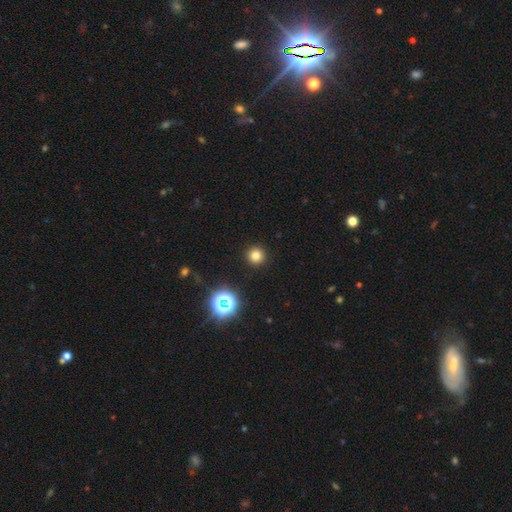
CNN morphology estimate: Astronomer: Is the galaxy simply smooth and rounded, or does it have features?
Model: smooth — 77%.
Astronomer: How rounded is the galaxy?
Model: round — 95%.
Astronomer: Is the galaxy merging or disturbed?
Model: none — 93%.